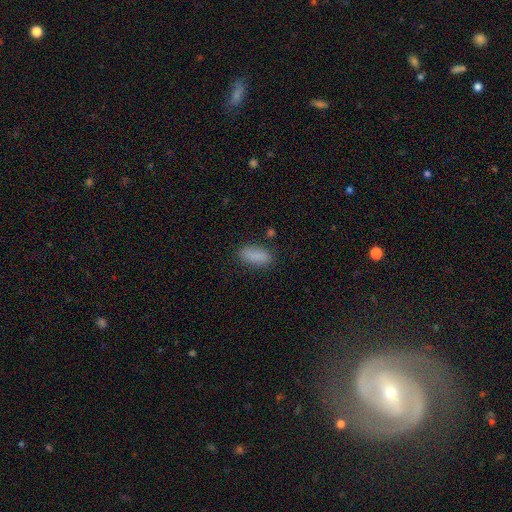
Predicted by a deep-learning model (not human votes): Smooth or featured? Predicted: smooth (p=0.87). How rounded? Predicted: in between (p=0.83). Merging? Predicted: none (p=0.80).